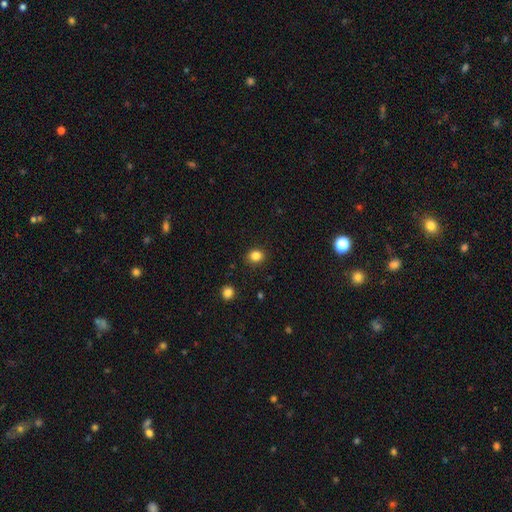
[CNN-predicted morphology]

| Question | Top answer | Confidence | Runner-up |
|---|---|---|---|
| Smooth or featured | smooth | 84% | star or artifact (12%) |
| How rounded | round | 67% | in between (32%) |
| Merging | none | 88% | minor disturbance (8%) |